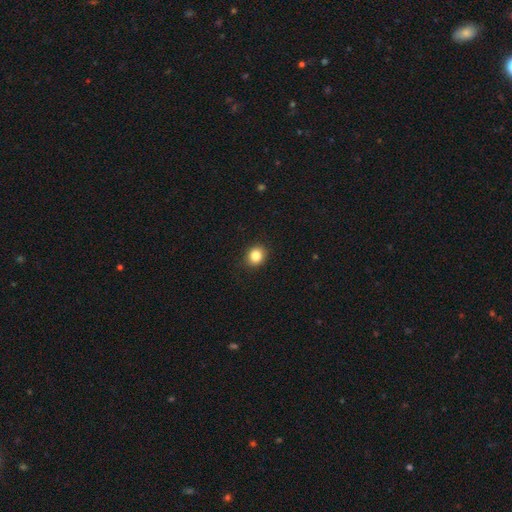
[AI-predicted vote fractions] A smooth galaxy with no disk features (85%) that is round (70%).

Vote fractions:
- Smooth or featured? smooth: 85% / star or artifact: 10% / featured or disk: 5%
- How rounded? round: 70% / in between: 29% / cigar-shaped: 1%
- Merging? none: 90% / minor disturbance: 7% / major disturbance: 2% / merger: 1%